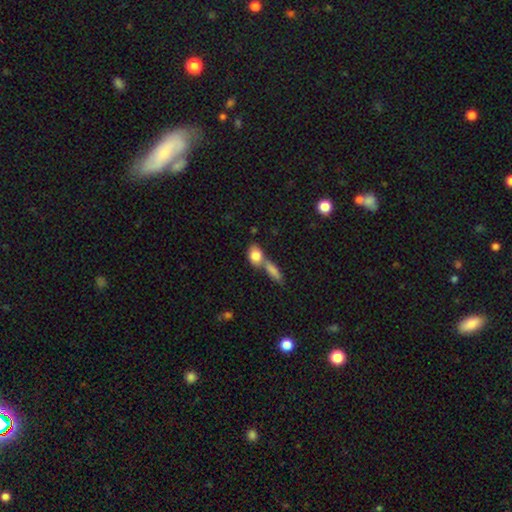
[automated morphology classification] type=smooth (82%); roundness=in between (66%); merging=merger (51%).